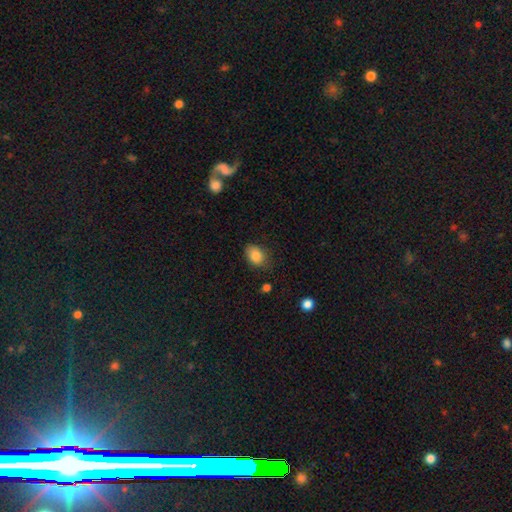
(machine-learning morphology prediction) Q: Smooth or featured?
A: smooth (85%); runner-up: star or artifact (8%)
Q: How rounded?
A: in between (81%); runner-up: round (18%)
Q: Merging?
A: none (77%); runner-up: minor disturbance (18%)